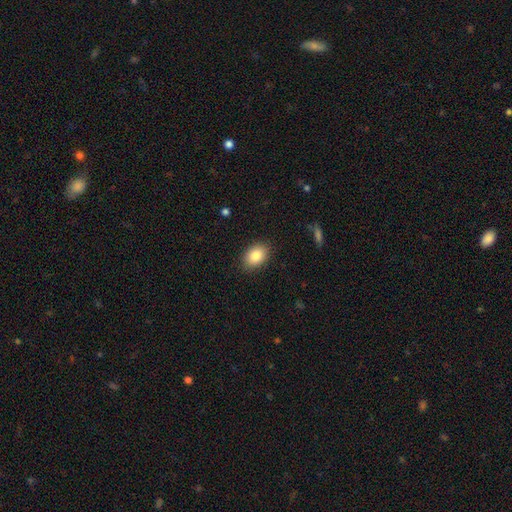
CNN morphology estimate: Overall: smooth (85%). How rounded: in between (83%). Merging: none (88%).